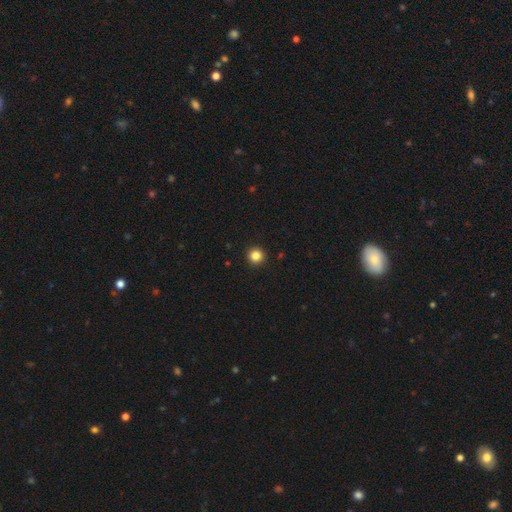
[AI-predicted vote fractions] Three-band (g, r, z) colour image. It shows a smooth galaxy with no disk features (85%) that is round (95%). Merging: none (93%).